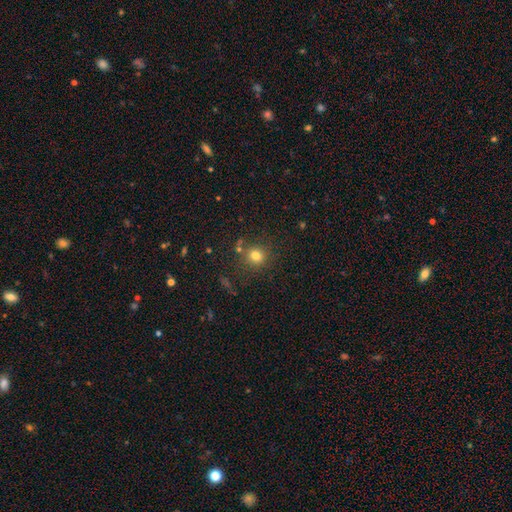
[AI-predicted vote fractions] Smooth or featured? Predicted: smooth (p=0.77). How rounded? Predicted: round (p=0.87). Merging? Predicted: none (p=0.77).